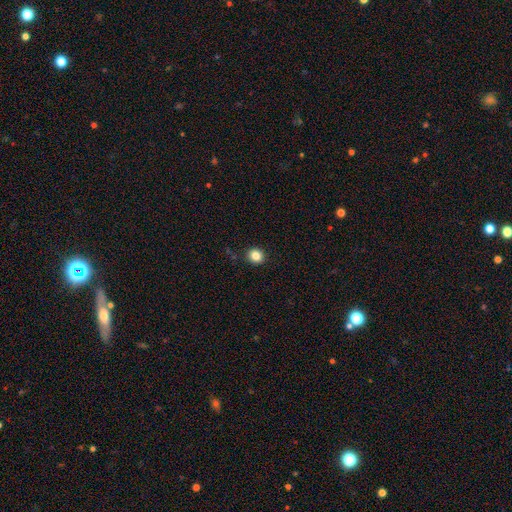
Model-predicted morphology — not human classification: Smooth or featured? Predicted: smooth (p=0.84). How rounded? Predicted: round (p=0.86). Merging? Predicted: none (p=0.91).